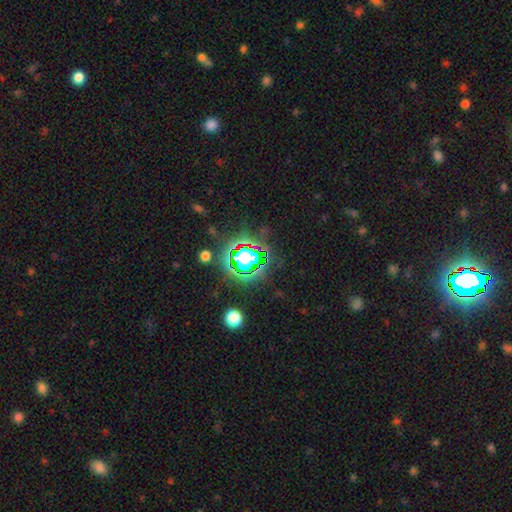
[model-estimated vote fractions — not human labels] star or artifact 80%, smooth 12%, featured or disk 8%.